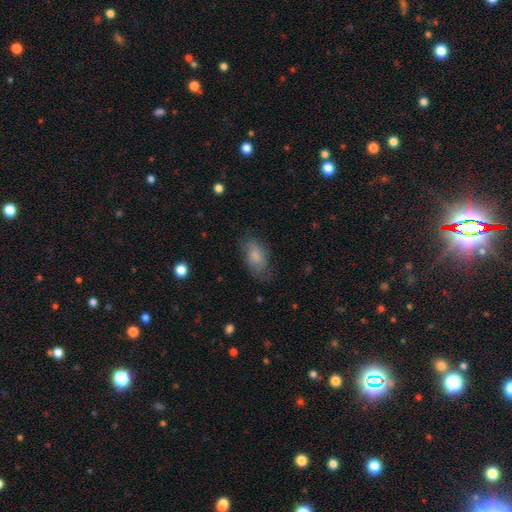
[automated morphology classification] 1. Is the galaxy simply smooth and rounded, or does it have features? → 73% smooth, 20% featured or disk, 7% star or artifact.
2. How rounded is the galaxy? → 91% in between, 6% round, 3% cigar-shaped.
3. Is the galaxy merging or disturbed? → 67% none, 23% minor disturbance, 9% major disturbance, 1% merger.